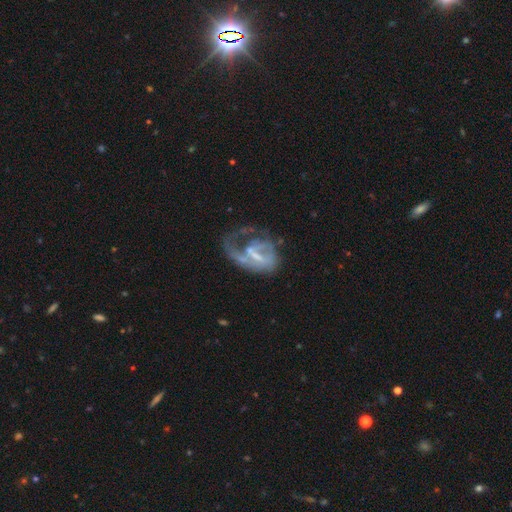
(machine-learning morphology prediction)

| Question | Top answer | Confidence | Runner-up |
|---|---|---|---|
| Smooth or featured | featured or disk | 74% | smooth (18%) |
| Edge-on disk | no | 97% | yes (3%) |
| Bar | weak | 44% | no (35%) |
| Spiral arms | yes | 65% | no (35%) |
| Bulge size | small | 37% | none (36%) |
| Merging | major disturbance | 53% | none (24%) |